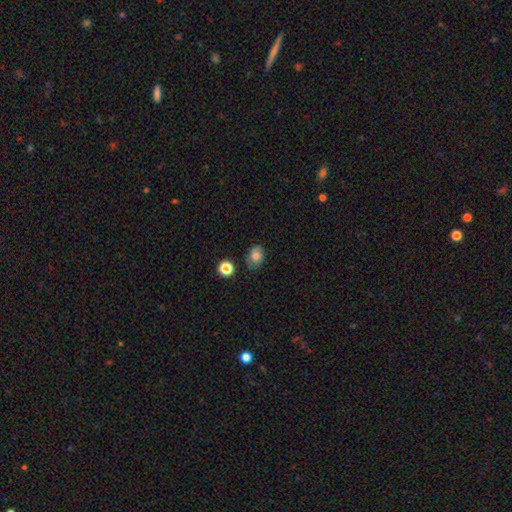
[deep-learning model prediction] Morphology: type=smooth (80%); roundness=in between (61%); merging=none (77%).